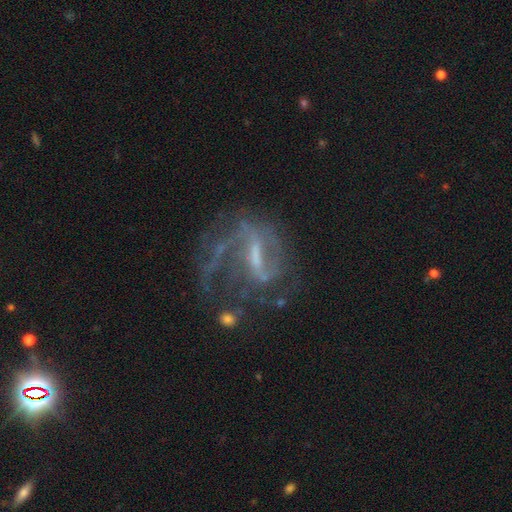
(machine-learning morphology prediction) smooth_or_featured: featured or disk (p=0.82) [alt: star or artifact p=0.11]
disk_edge_on: no (p=0.95) [alt: yes p=0.05]
bar: strong (p=0.48) [alt: weak p=0.39]
has_spiral_arms: yes (p=0.84) [alt: no p=0.16]
spiral_winding: medium (p=0.42) [alt: loose p=0.37]
spiral_arm_count: 2 (p=0.49) [alt: can't tell p=0.22]
bulge_size: small (p=0.44) [alt: none p=0.27]
merging: none (p=0.43) [alt: major disturbance p=0.33]